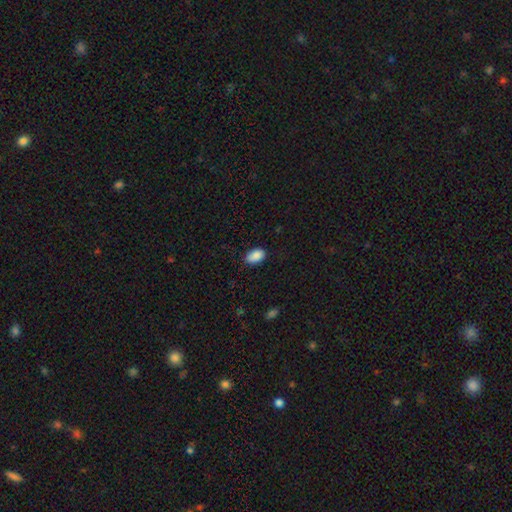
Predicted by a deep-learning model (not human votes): smooth-or-featured: smooth: 88% | star or artifact: 7% | featured or disk: 4%
  how-rounded: in between: 91% | round: 7% | cigar-shaped: 1%
  merging: none: 82% | minor disturbance: 14% | major disturbance: 3% | merger: 1%